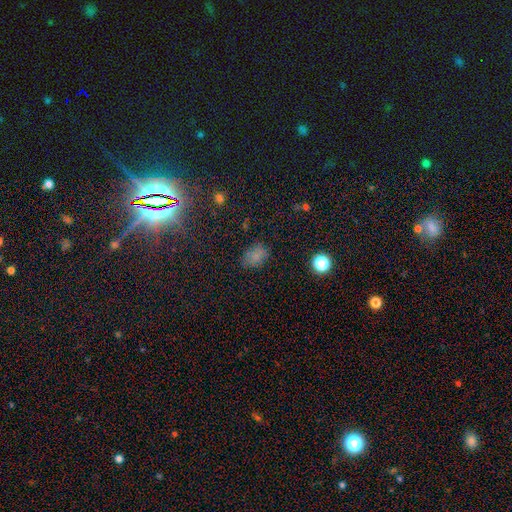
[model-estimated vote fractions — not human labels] smooth_or_featured: smooth (p=0.75) [alt: star or artifact p=0.18]
how_rounded: in between (p=0.82) [alt: round p=0.16]
merging: none (p=0.76) [alt: minor disturbance p=0.17]